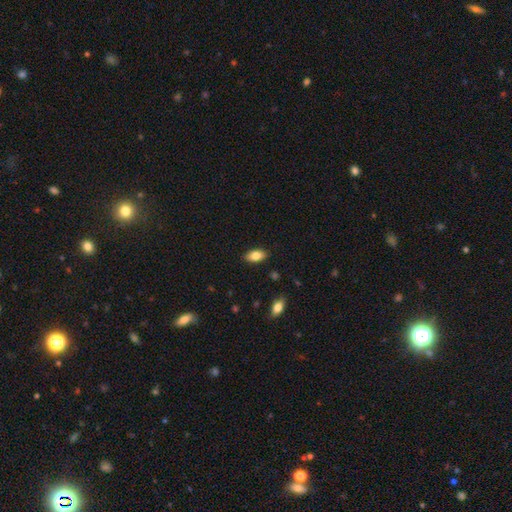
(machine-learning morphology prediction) Smooth or featured? Predicted: smooth (p=0.83). How rounded? Predicted: in between (p=0.92). Merging? Predicted: none (p=0.87).